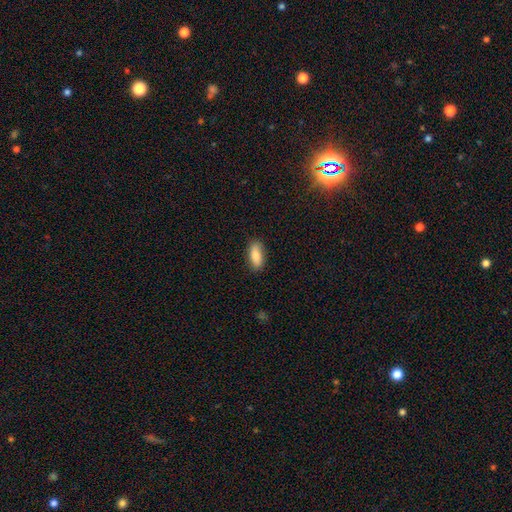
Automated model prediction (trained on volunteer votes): The model was most divided on "how rounded": in between: 81%, cigar-shaped: 16%, round: 3%. More confident: merging — none (85%); smooth or featured — smooth (84%).